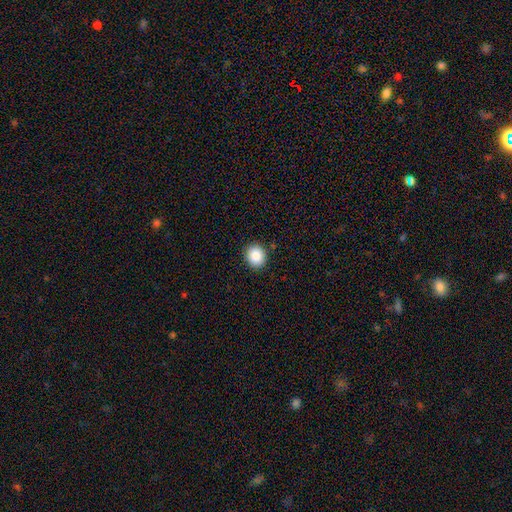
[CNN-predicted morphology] smooth-or-featured: smooth: 87% | star or artifact: 9% | featured or disk: 4%
  how-rounded: round: 75% | in between: 24% | cigar-shaped: 1%
  merging: none: 90% | minor disturbance: 7% | major disturbance: 2% | merger: 1%